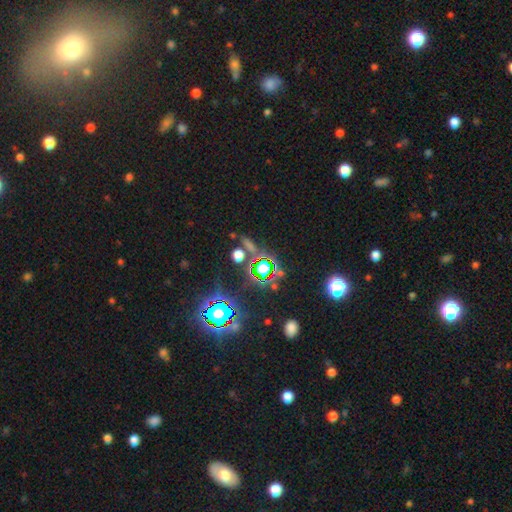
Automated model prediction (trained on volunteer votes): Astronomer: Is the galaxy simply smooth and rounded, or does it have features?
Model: star or artifact — 79%.